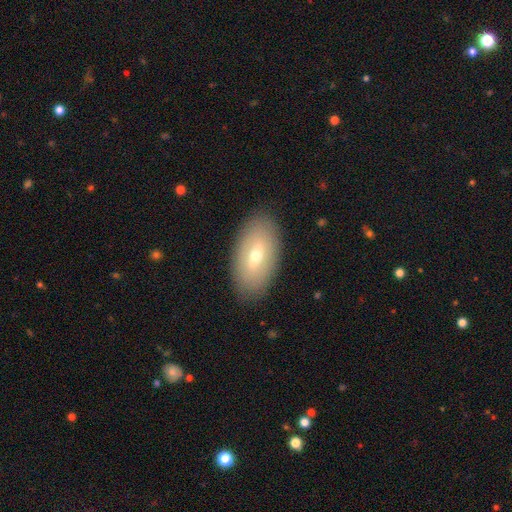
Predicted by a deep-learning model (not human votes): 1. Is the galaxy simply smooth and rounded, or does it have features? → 55% smooth, 37% featured or disk, 8% star or artifact.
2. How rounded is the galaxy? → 92% in between, 4% round, 4% cigar-shaped.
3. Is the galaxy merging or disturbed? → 88% none, 9% minor disturbance, 3% major disturbance, 1% merger.